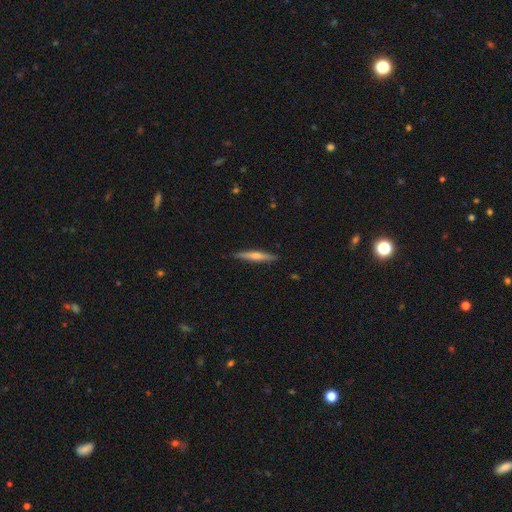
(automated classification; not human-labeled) A featured or disk galaxy (61%) viewed edge-on (97%) with a rounded central bulge (82%).

Vote fractions:
- Smooth or featured? featured or disk: 61% / smooth: 33% / star or artifact: 6%
- Edge-on disk? yes: 97% / no: 3%
- Edge-on bulge? rounded: 82% / none: 12% / boxy: 6%
- Merging? none: 90% / minor disturbance: 7% / major disturbance: 1% / merger: 1%